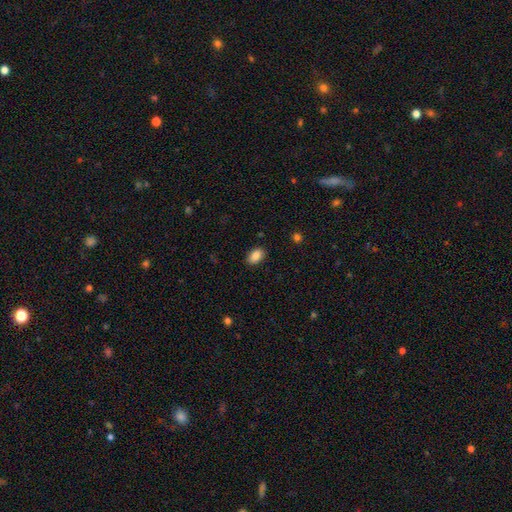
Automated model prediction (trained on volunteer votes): smooth 87%, star or artifact 8%, featured or disk 5%. Down the decision tree: how rounded — in between (91%); merging — none (87%).